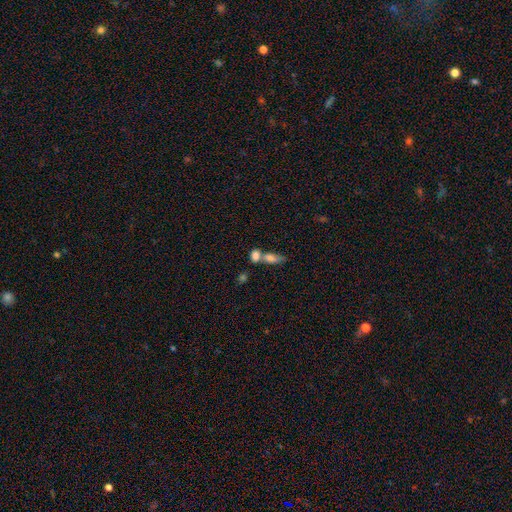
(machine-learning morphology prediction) A smooth galaxy with no disk features (79%) that is in between round and cigar-shaped (75%).

Vote fractions:
- Smooth or featured? smooth: 79% / featured or disk: 12% / star or artifact: 9%
- How rounded? in between: 75% / round: 17% / cigar-shaped: 8%
- Merging? merger: 61% / none: 26% / minor disturbance: 8% / major disturbance: 5%